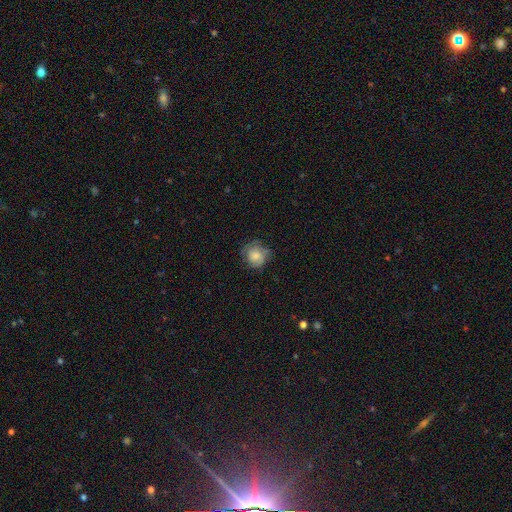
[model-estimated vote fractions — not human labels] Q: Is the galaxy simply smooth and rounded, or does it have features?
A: smooth — 59%.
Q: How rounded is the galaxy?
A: round — 82%.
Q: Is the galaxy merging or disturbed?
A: none — 65%.